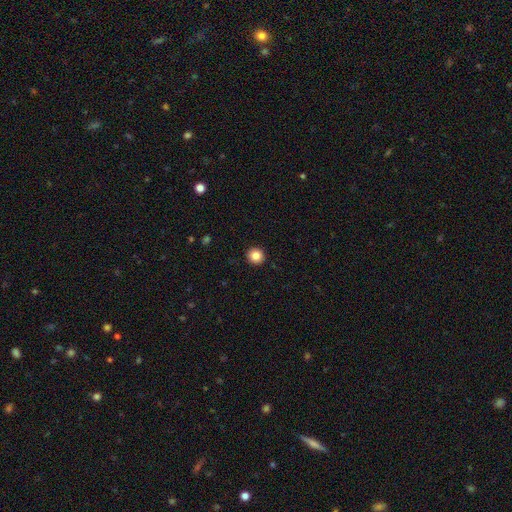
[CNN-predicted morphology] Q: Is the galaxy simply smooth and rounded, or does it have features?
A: smooth — 85%.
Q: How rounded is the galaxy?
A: round — 93%.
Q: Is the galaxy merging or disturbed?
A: none — 93%.